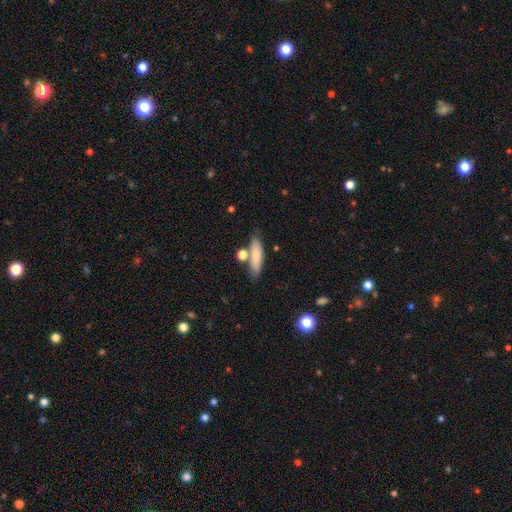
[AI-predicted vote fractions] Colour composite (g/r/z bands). It shows a smooth galaxy with no disk features (79%) that is cigar-shaped (66%). Merging: none (71%).